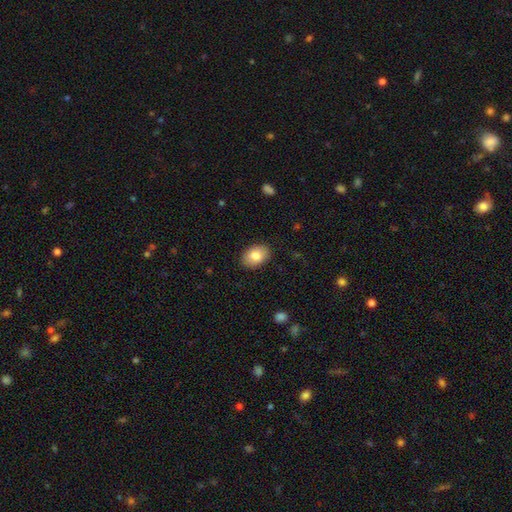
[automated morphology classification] A smooth galaxy with no disk features (82%) that is in between round and cigar-shaped (81%). Merging: none (88%).